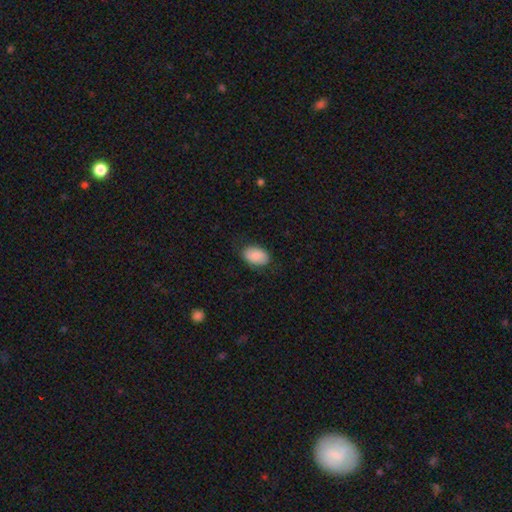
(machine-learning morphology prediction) Smooth or featured: smooth — 87% (featured or disk — 7%)
How rounded: in between — 89% (round — 10%)
Merging: none — 81% (minor disturbance — 15%)